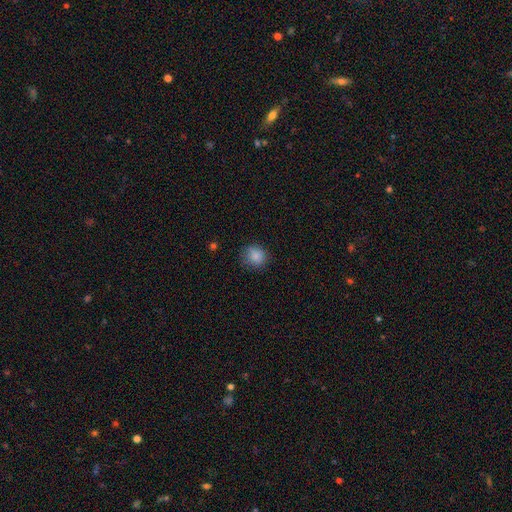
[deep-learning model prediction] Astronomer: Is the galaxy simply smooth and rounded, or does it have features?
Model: smooth — 86%.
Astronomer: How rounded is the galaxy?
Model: round — 80%.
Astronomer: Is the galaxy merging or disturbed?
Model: none — 81%.